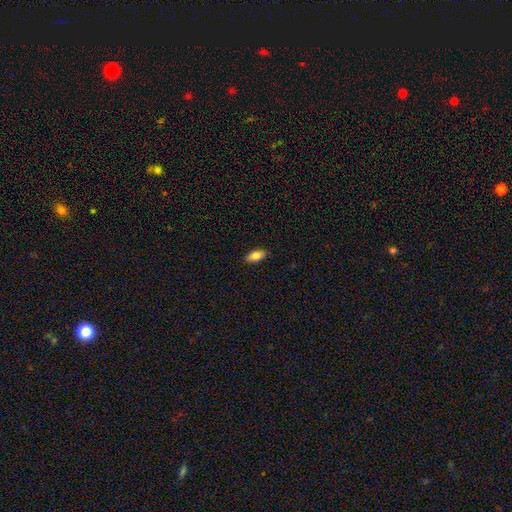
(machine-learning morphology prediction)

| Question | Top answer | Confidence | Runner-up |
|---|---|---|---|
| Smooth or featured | smooth | 83% | featured or disk (10%) |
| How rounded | in between | 89% | cigar-shaped (7%) |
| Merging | none | 88% | minor disturbance (10%) |